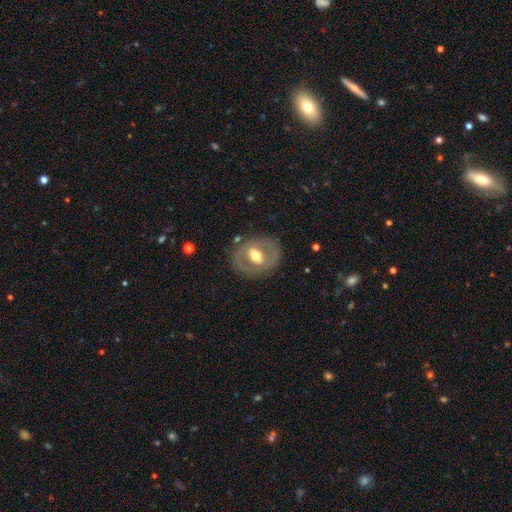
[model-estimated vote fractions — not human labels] This is likely a featured or disk galaxy (60%). It is clearly not viewed edge-on (93%). Bar: marginally weak (38%). Spiral arm pattern: likely no (75%). Central bulge: likely moderate (72%). Merging: likely none (78%).